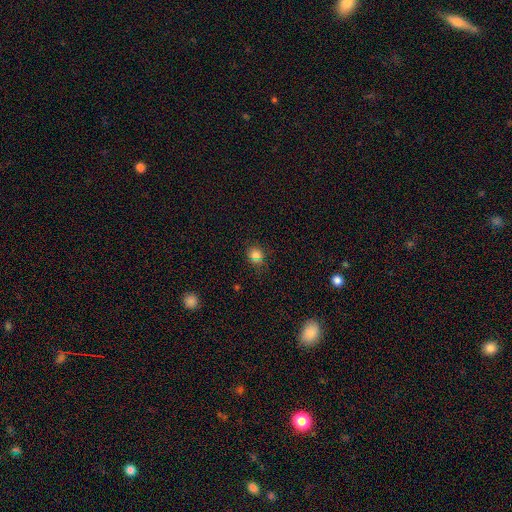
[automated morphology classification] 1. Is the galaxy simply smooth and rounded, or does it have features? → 70% smooth, 23% star or artifact, 7% featured or disk.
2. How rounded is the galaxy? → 77% round, 22% in between, 1% cigar-shaped.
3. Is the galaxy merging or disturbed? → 83% none, 11% minor disturbance, 3% major disturbance, 2% merger.